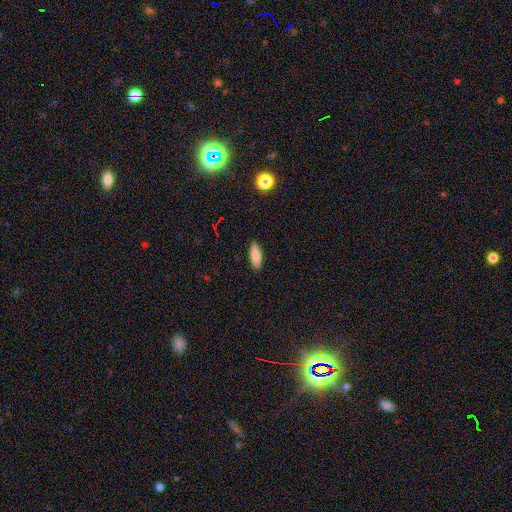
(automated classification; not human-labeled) Q: Smooth or featured?
A: smooth (82%); runner-up: featured or disk (11%)
Q: How rounded?
A: in between (58%); runner-up: cigar-shaped (40%)
Q: Merging?
A: none (89%); runner-up: minor disturbance (8%)